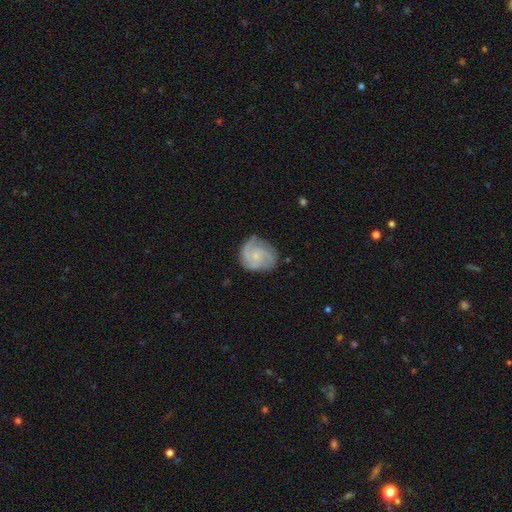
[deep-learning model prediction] Smooth or featured?
  - featured or disk: 79% *
  - smooth: 15%
  - star or artifact: 5%
Edge-on disk?
  - no: 98% *
  - yes: 2%
Bar?
  - no: 75% *
  - weak: 22%
  - strong: 3%
Spiral arms?
  - yes: 96% *
  - no: 4%
Spiral winding?
  - tight: 49% *
  - medium: 42%
  - loose: 10%
Spiral arm count?
  - 3: 49% *
  - 2: 20%
  - can't tell: 13%
  - 4: 9%
  - 1: 5%
  - more than 4: 4%
Bulge size?
  - small: 72% *
  - moderate: 18%
  - none: 7%
  - large: 1%
  - dominant: 1%
Merging?
  - none: 73% *
  - minor disturbance: 20%
  - major disturbance: 6%
  - merger: 1%